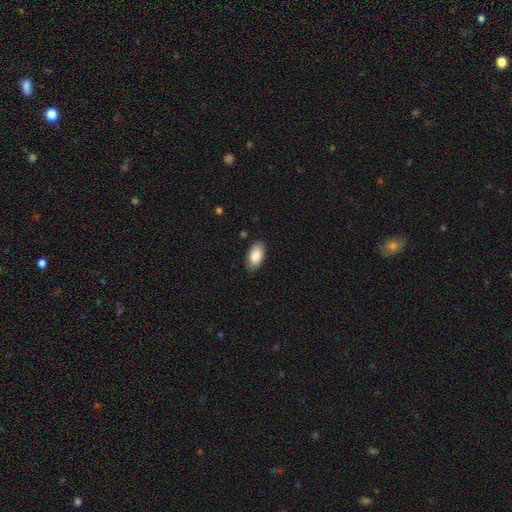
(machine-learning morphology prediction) This is clearly a smooth galaxy (87%). How rounded: clearly in between (95%). Merging: clearly none (85%).